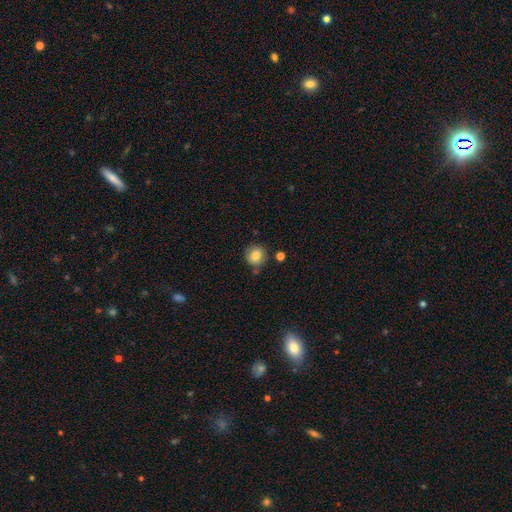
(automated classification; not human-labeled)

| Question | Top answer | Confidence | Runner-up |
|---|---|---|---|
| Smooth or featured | smooth | 81% | featured or disk (10%) |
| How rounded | round | 88% | in between (11%) |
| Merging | none | 76% | minor disturbance (14%) |